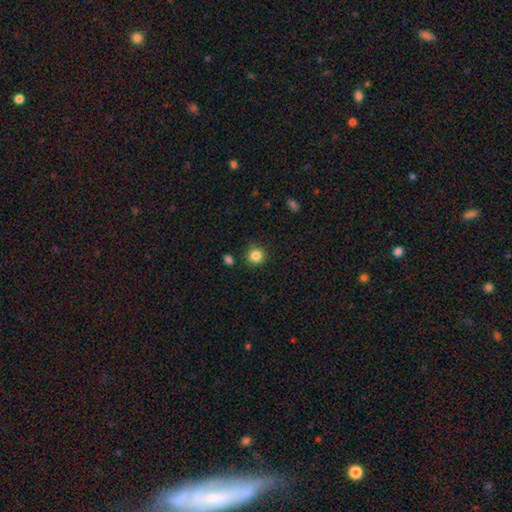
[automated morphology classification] Smooth or featured: smooth — 85% (star or artifact — 11%)
How rounded: round — 92% (in between — 7%)
Merging: none — 87% (minor disturbance — 8%)